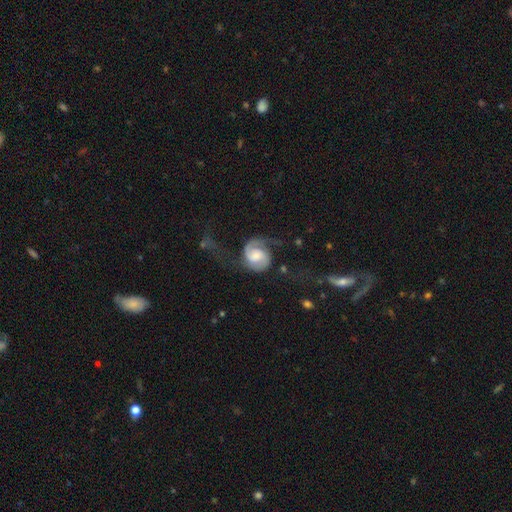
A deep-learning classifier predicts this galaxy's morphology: smooth_or_featured: featured or disk (p=0.83) [alt: smooth p=0.12]
disk_edge_on: no (p=0.98) [alt: yes p=0.02]
bar: no (p=0.52) [alt: weak p=0.39]
has_spiral_arms: yes (p=0.96) [alt: no p=0.04]
spiral_winding: medium (p=0.45) [alt: tight p=0.28]
spiral_arm_count: 2 (p=0.86) [alt: 1 p=0.07]
bulge_size: moderate (p=0.44) [alt: small p=0.23]
merging: none (p=0.47) [alt: major disturbance p=0.31]